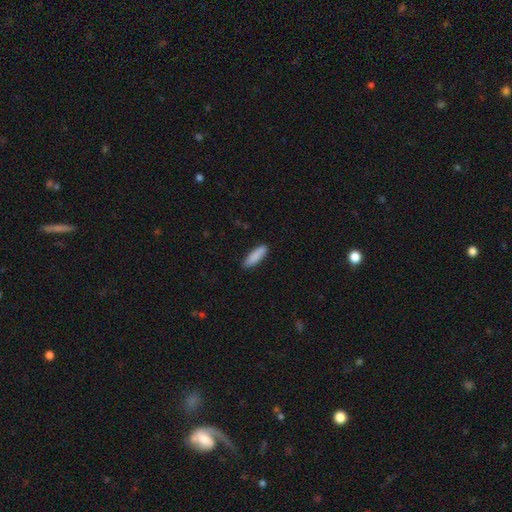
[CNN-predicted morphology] smooth-or-featured: smooth: 89% | star or artifact: 6% | featured or disk: 6%
  how-rounded: cigar-shaped: 58% | in between: 41% | round: 1%
  merging: none: 88% | minor disturbance: 10% | major disturbance: 2% | merger: 1%